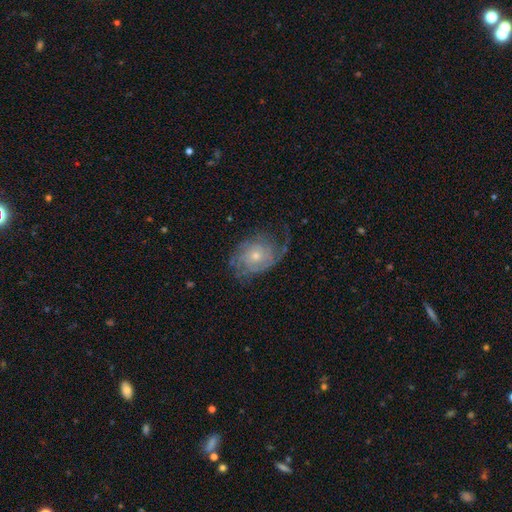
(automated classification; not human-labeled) smooth_or_featured: featured or disk (p=0.77) [alt: smooth p=0.16]
disk_edge_on: no (p=0.96) [alt: yes p=0.04]
bar: no (p=0.78) [alt: weak p=0.19]
has_spiral_arms: yes (p=0.90) [alt: no p=0.10]
spiral_winding: tight (p=0.54) [alt: medium p=0.31]
spiral_arm_count: can't tell (p=0.37) [alt: 2 p=0.30]
bulge_size: small (p=0.52) [alt: moderate p=0.43]
merging: none (p=0.59) [alt: minor disturbance p=0.23]